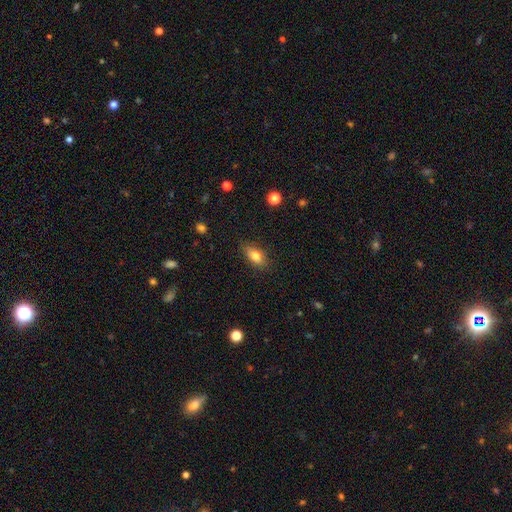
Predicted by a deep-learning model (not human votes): A smooth galaxy with no disk features (78%) that is in between round and cigar-shaped (83%). Merging: none (81%).